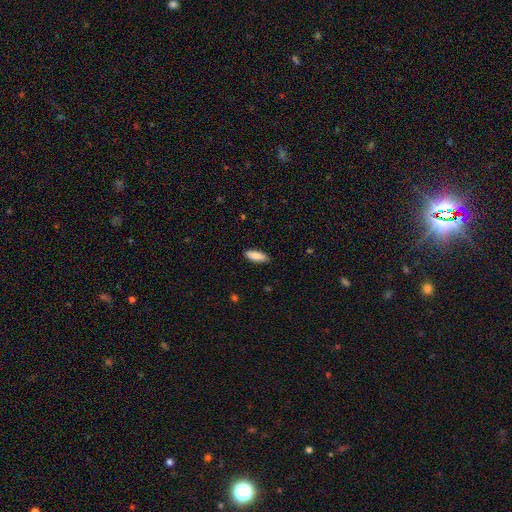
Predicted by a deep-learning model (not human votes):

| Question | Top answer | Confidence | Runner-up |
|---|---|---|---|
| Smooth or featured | smooth | 88% | featured or disk (6%) |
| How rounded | in between | 68% | cigar-shaped (30%) |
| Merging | none | 88% | minor disturbance (9%) |